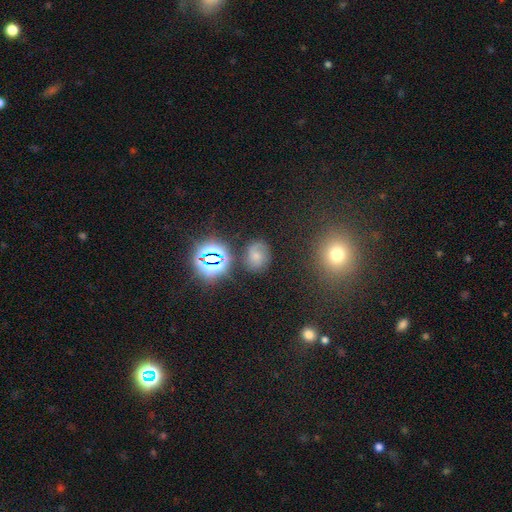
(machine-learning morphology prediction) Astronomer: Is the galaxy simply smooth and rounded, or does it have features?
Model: smooth — 43% (runner-up: featured or disk, 30%).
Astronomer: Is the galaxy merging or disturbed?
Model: none — 69%.